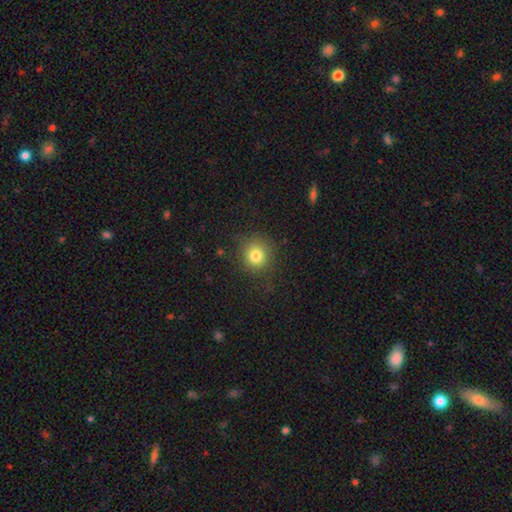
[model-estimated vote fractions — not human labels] Smooth or featured? Predicted: smooth (p=0.80). How rounded? Predicted: round (p=0.89). Merging? Predicted: none (p=0.85).